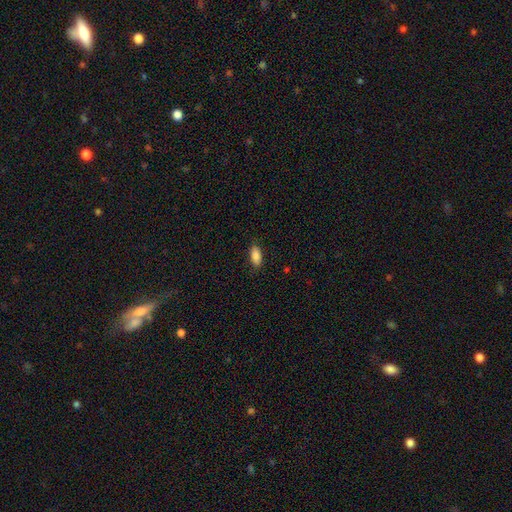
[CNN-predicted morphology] The model was most divided on "merging": none: 86%, minor disturbance: 11%, major disturbance: 2%, merger: 1%. More confident: how rounded — in between (89%); smooth or featured — smooth (87%).